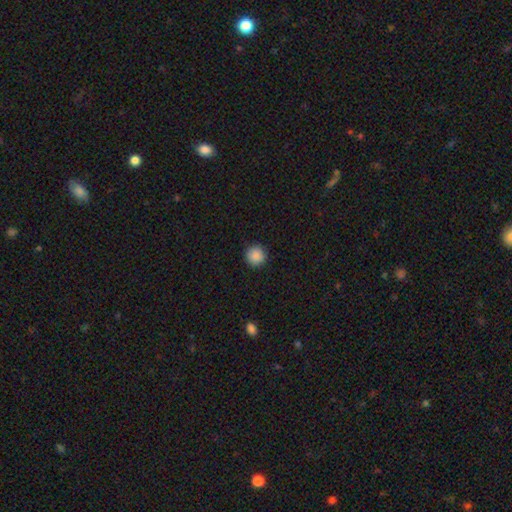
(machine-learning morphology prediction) Smooth or featured? smooth (87%)
How rounded? round (95%)
Merging? none (90%)